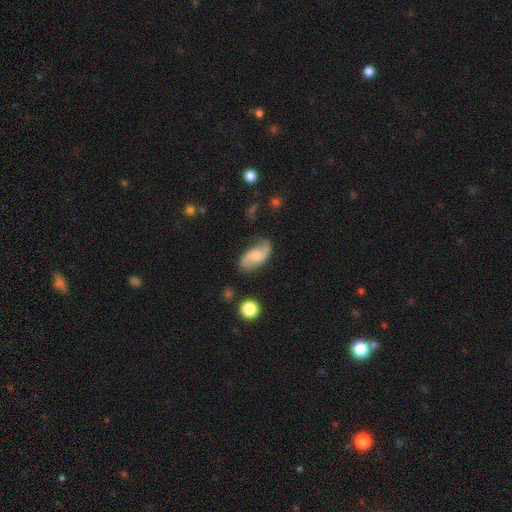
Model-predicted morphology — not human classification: Q: Smooth or featured?
A: featured or disk (68%); runner-up: smooth (25%)
Q: Edge-on disk?
A: no (96%); runner-up: yes (4%)
Q: Bar?
A: no (53%); runner-up: weak (39%)
Q: Spiral arms?
A: yes (94%); runner-up: no (6%)
Q: Spiral winding?
A: loose (68%); runner-up: medium (25%)
Q: Spiral arm count?
A: 2 (91%); runner-up: can't tell (4%)
Q: Bulge size?
A: small (33%); tied with: moderate (33%)
Q: Merging?
A: none (74%); runner-up: minor disturbance (18%)